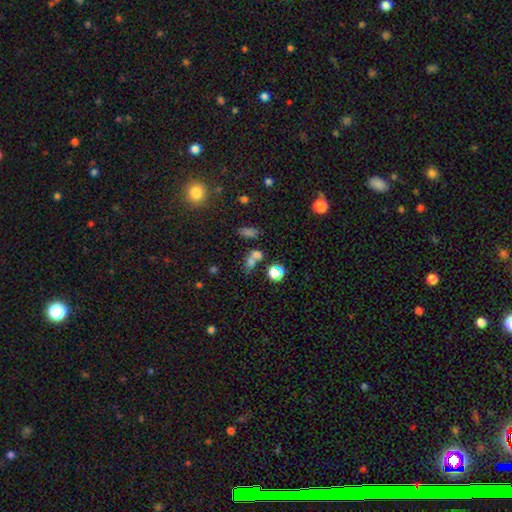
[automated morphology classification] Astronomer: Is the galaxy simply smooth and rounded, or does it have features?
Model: smooth — 63%.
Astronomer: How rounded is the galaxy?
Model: in between — 54% (runner-up: round, 41%).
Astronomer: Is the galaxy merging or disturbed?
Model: merger — 48% (runner-up: none, 36%).